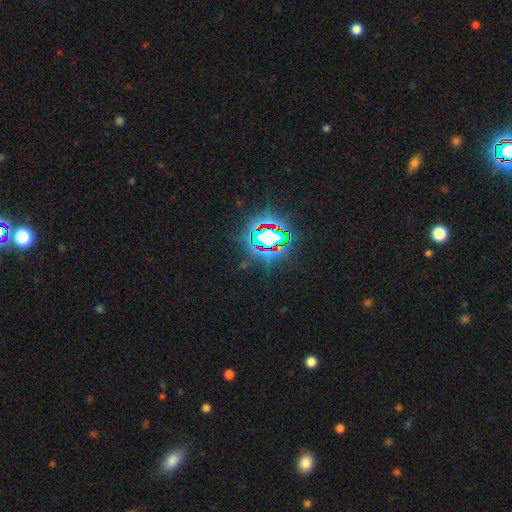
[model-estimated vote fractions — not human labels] The model was most divided on "smooth or featured": star or artifact: 84%, smooth: 10%, featured or disk: 6%.